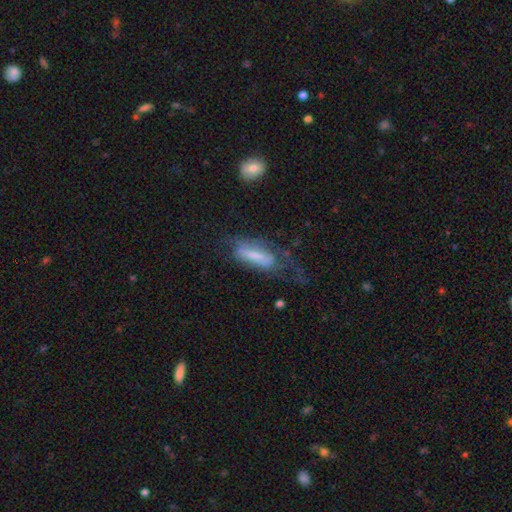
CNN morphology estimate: A smooth galaxy with no disk features (46%). Merging: none (37%).